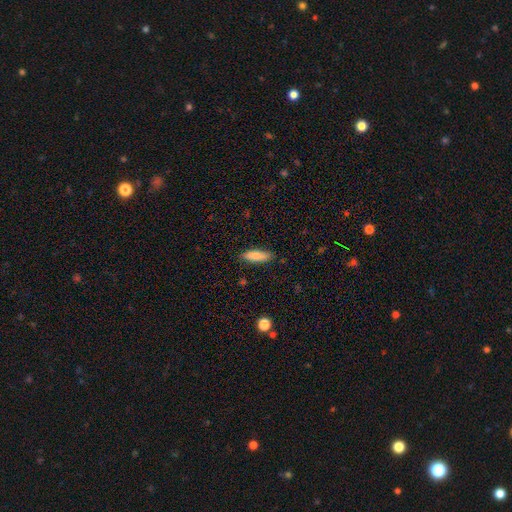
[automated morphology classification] Smooth or featured?
  - smooth: 85% *
  - featured or disk: 8%
  - star or artifact: 6%
How rounded?
  - cigar-shaped: 51% *
  - in between: 47%
  - round: 2%
Merging?
  - none: 84% *
  - minor disturbance: 12%
  - major disturbance: 2%
  - merger: 1%